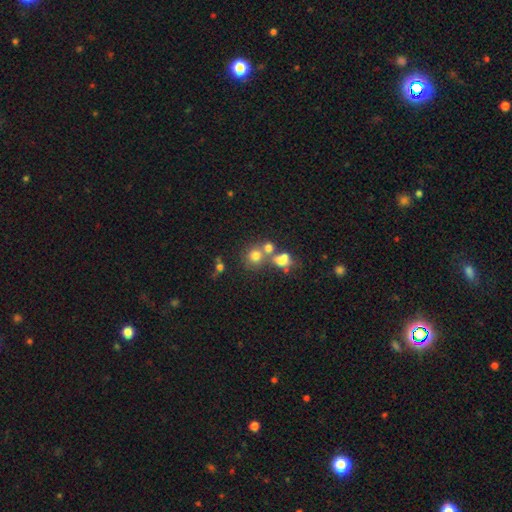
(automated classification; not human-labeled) Q: Smooth or featured?
A: smooth (68%); runner-up: star or artifact (18%)
Q: How rounded?
A: round (85%); runner-up: in between (14%)
Q: Merging?
A: none (53%); runner-up: merger (33%)